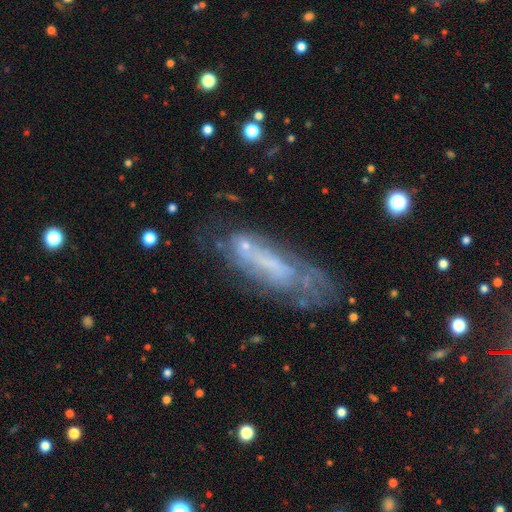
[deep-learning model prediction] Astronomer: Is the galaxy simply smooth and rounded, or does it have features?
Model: featured or disk — 58%.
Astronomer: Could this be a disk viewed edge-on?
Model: no — 77%.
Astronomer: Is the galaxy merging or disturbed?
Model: none — 46% (runner-up: minor disturbance, 24%).